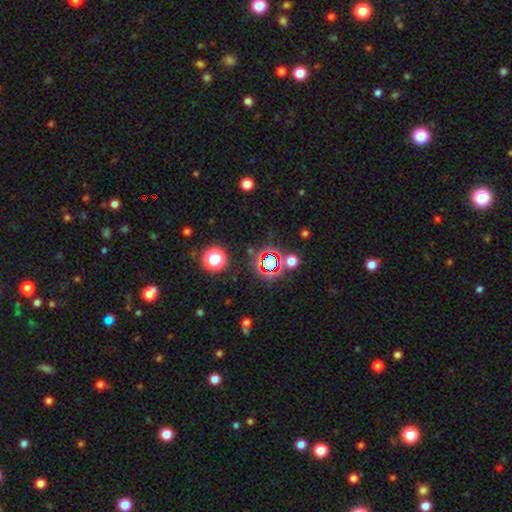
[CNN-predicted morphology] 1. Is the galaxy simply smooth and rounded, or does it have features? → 76% star or artifact, 16% smooth, 9% featured or disk.